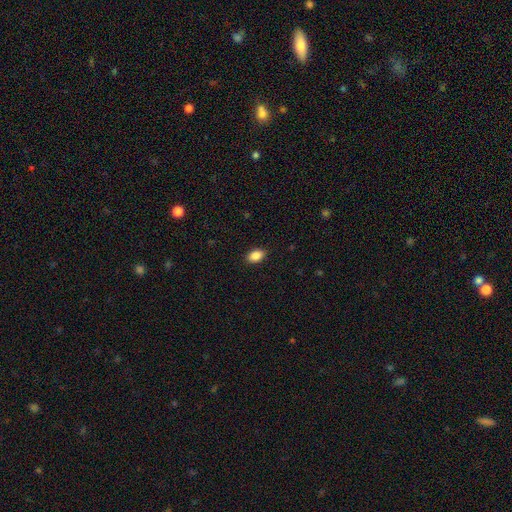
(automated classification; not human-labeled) Q: Smooth or featured?
A: smooth (88%); runner-up: star or artifact (8%)
Q: How rounded?
A: in between (90%); runner-up: round (8%)
Q: Merging?
A: none (89%); runner-up: minor disturbance (8%)